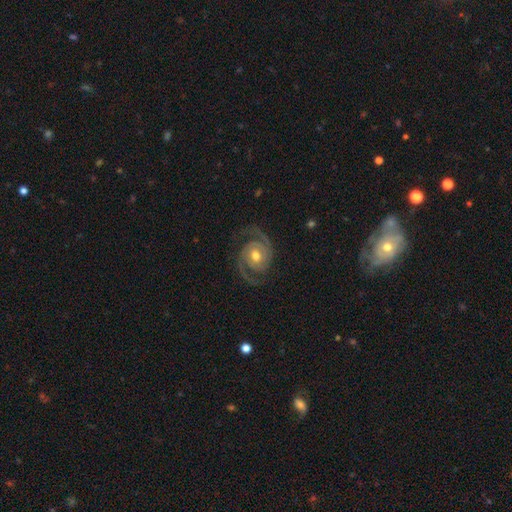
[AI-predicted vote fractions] Q: Smooth or featured?
A: featured or disk (92%); runner-up: star or artifact (4%)
Q: Edge-on disk?
A: no (98%); runner-up: yes (2%)
Q: Bar?
A: no (62%); runner-up: weak (29%)
Q: Spiral arms?
A: yes (98%); runner-up: no (2%)
Q: Spiral winding?
A: medium (48%); runner-up: tight (40%)
Q: Spiral arm count?
A: 2 (93%); runner-up: 3 (2%)
Q: Bulge size?
A: moderate (77%); runner-up: small (16%)
Q: Merging?
A: none (83%); runner-up: minor disturbance (11%)